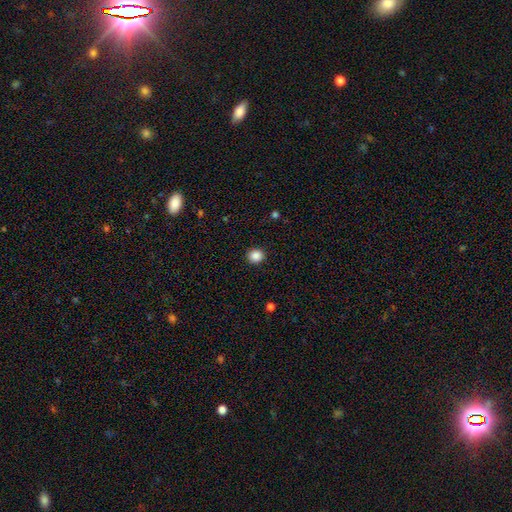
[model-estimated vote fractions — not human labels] Overall: smooth (87%). How rounded: round (88%). Merging: none (92%).